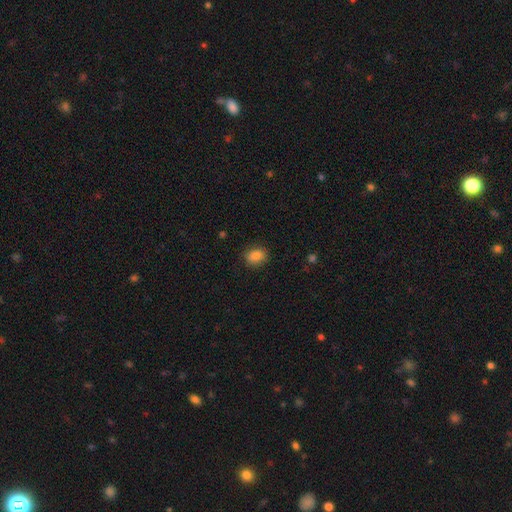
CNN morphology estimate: type=smooth (86%); roundness=in between (64%); merging=none (85%).